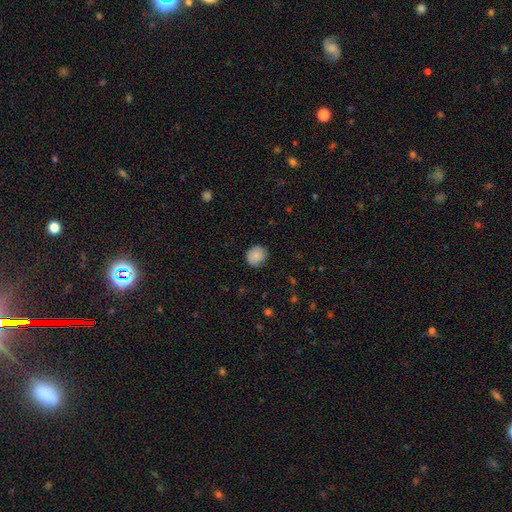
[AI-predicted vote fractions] smooth_or_featured: smooth (p=0.87) [alt: star or artifact p=0.08]
how_rounded: round (p=0.83) [alt: in between p=0.16]
merging: none (p=0.88) [alt: minor disturbance p=0.09]